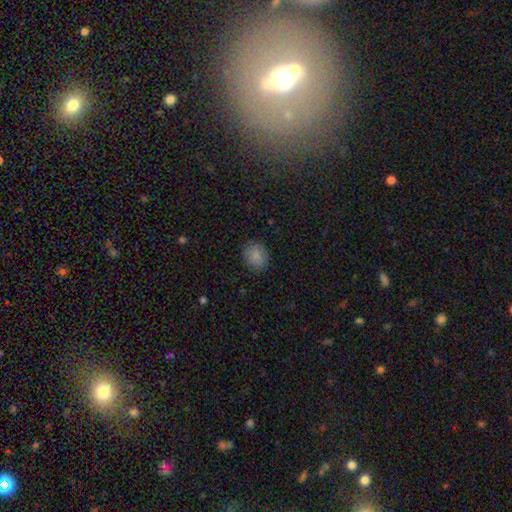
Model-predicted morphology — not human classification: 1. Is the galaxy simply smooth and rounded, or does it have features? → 86% smooth, 10% star or artifact, 4% featured or disk.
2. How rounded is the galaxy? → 70% round, 29% in between, 1% cigar-shaped.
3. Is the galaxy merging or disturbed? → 86% none, 10% minor disturbance, 3% major disturbance, 1% merger.